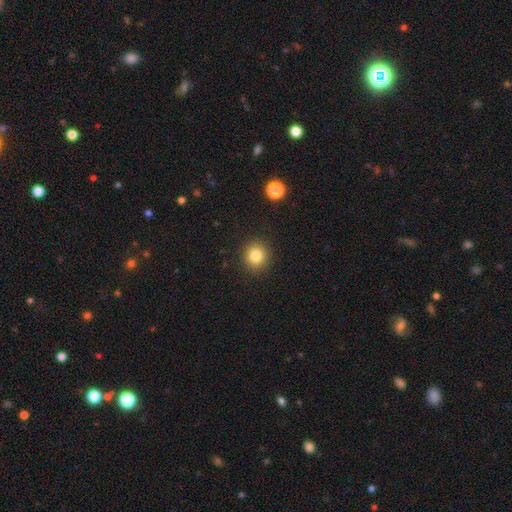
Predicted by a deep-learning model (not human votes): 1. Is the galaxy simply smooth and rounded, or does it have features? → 82% smooth, 11% star or artifact, 7% featured or disk.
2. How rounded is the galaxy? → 88% round, 11% in between, 1% cigar-shaped.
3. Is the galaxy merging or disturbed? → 90% none, 6% minor disturbance, 2% major disturbance, 1% merger.